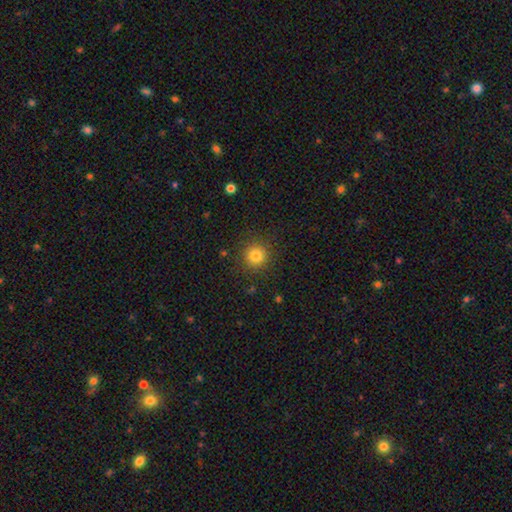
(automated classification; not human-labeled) Smooth or featured?
  - smooth: 81% *
  - star or artifact: 13%
  - featured or disk: 6%
How rounded?
  - round: 94% *
  - in between: 5%
  - cigar-shaped: 1%
Merging?
  - none: 89% *
  - minor disturbance: 7%
  - major disturbance: 3%
  - merger: 1%